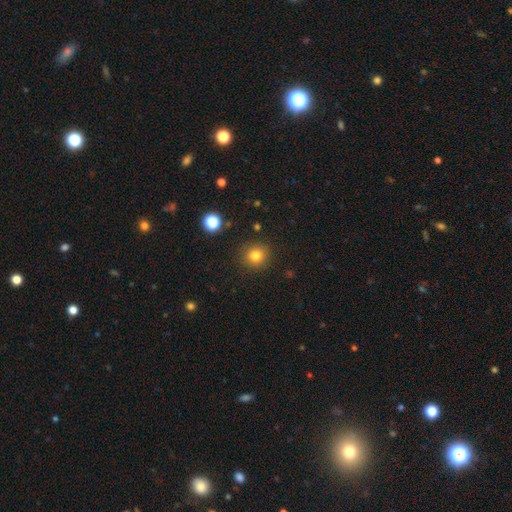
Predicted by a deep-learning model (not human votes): smooth_or_featured: smooth (p=0.81) [alt: star or artifact p=0.13]
how_rounded: round (p=0.90) [alt: in between p=0.09]
merging: none (p=0.89) [alt: minor disturbance p=0.07]